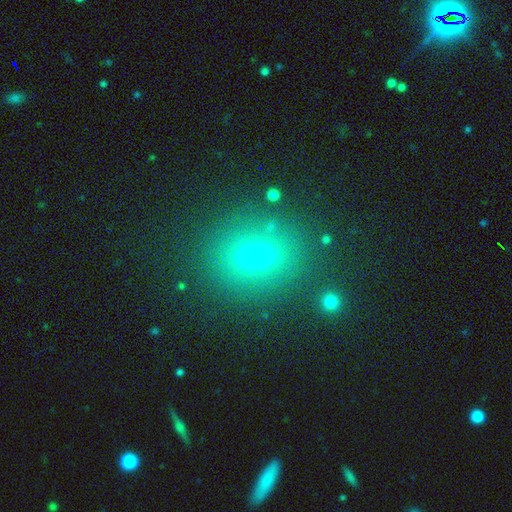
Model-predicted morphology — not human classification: A smooth galaxy with no disk features (64%) that is round (61%).

Vote fractions:
- Smooth or featured? smooth: 64% / star or artifact: 25% / featured or disk: 12%
- How rounded? round: 61% / in between: 38% / cigar-shaped: 2%
- Merging? none: 85% / minor disturbance: 9% / major disturbance: 4% / merger: 3%